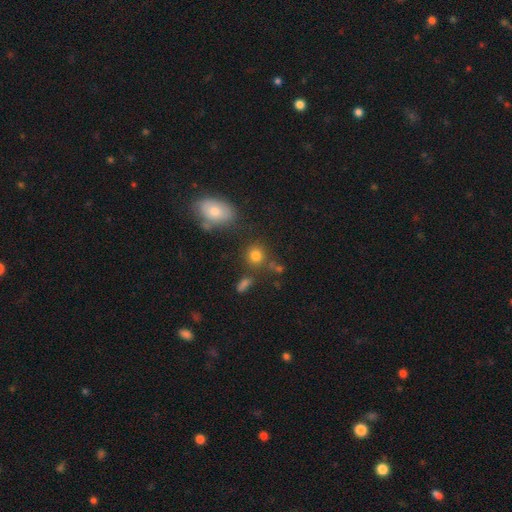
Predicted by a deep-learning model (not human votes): smooth-or-featured: smooth: 80% | star or artifact: 13% | featured or disk: 7%
  how-rounded: round: 80% | in between: 19% | cigar-shaped: 1%
  merging: none: 71% | merger: 12% | minor disturbance: 12% | major disturbance: 5%